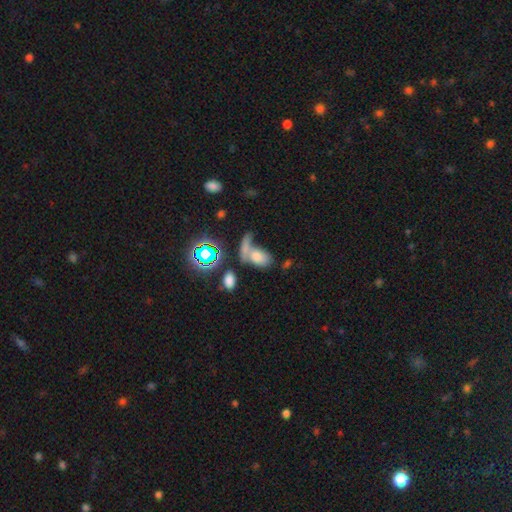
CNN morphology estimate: This appears to be a smooth galaxy with no disk features (68%) that is in between round and cigar-shaped (86%). Merging: merger (53%).